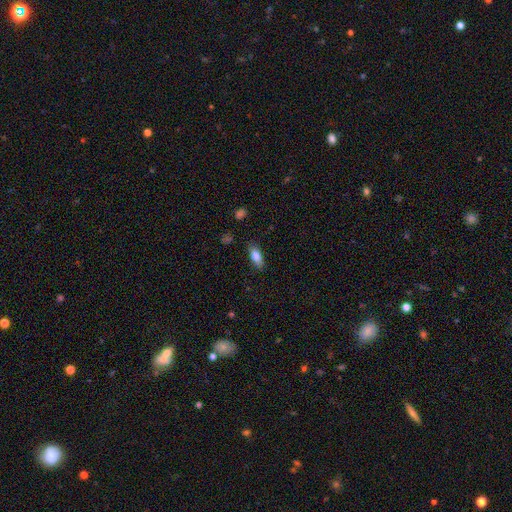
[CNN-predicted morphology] This is likely a smooth galaxy (80%). How rounded: likely in between (76%). Merging: clearly none (82%).